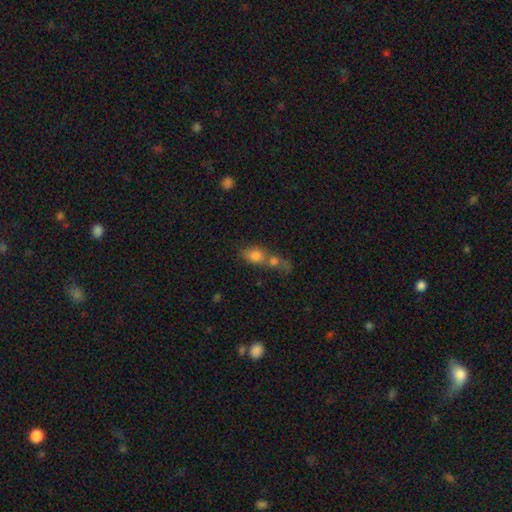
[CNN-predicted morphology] Smooth or featured? Predicted: smooth (p=0.76). How rounded? Predicted: in between (p=0.55). Merging? Predicted: merger (p=0.69).